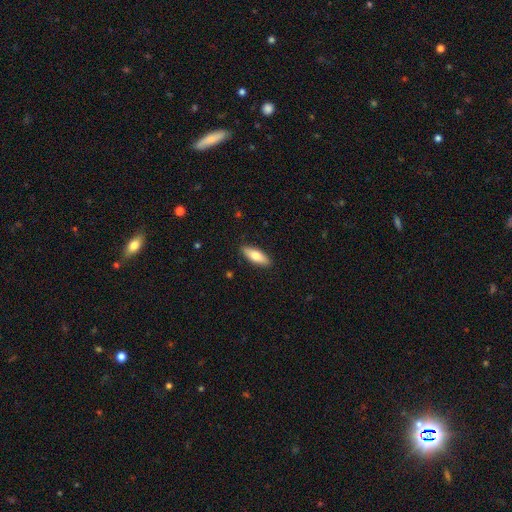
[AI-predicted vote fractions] Smooth or featured? smooth (73%)
How rounded? in between (65%)
Merging? none (89%)